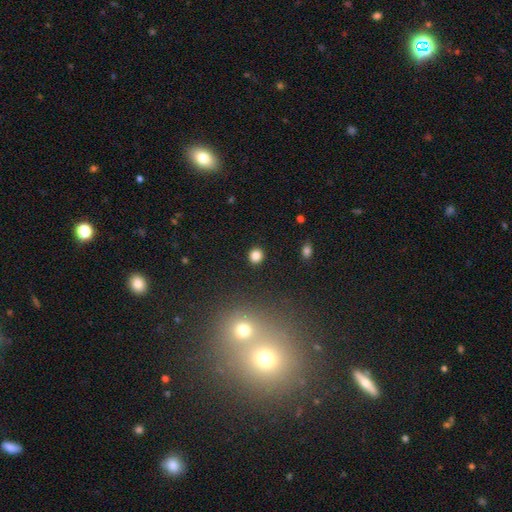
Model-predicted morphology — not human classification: Smooth or featured: smooth — 83% (star or artifact — 13%)
How rounded: round — 89% (in between — 10%)
Merging: none — 91% (minor disturbance — 5%)